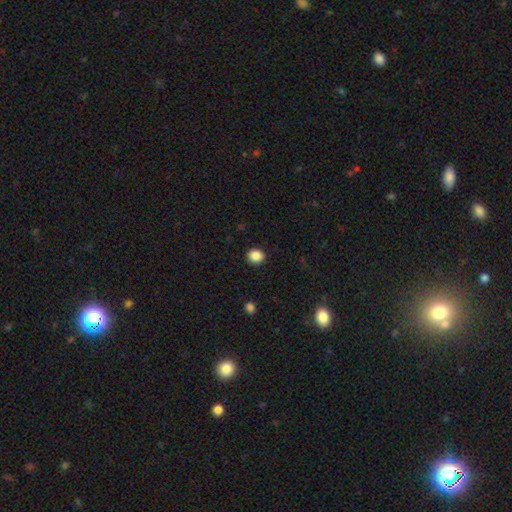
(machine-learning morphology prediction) Smooth or featured?
  - smooth: 87% *
  - star or artifact: 9%
  - featured or disk: 3%
How rounded?
  - round: 76% *
  - in between: 23%
  - cigar-shaped: 1%
Merging?
  - none: 91% *
  - minor disturbance: 6%
  - major disturbance: 2%
  - merger: 1%